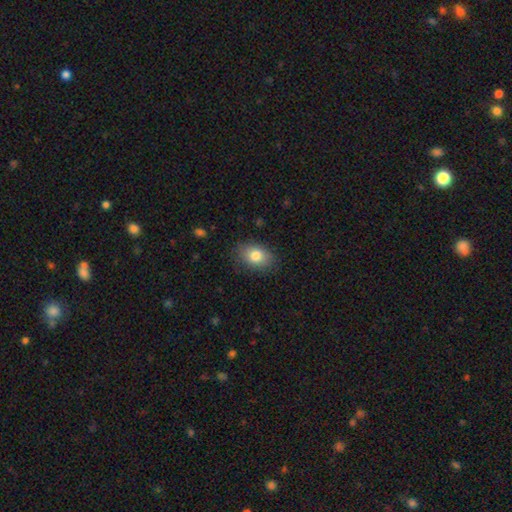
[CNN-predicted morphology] type=smooth (81%); roundness=in between (77%); merging=none (84%).